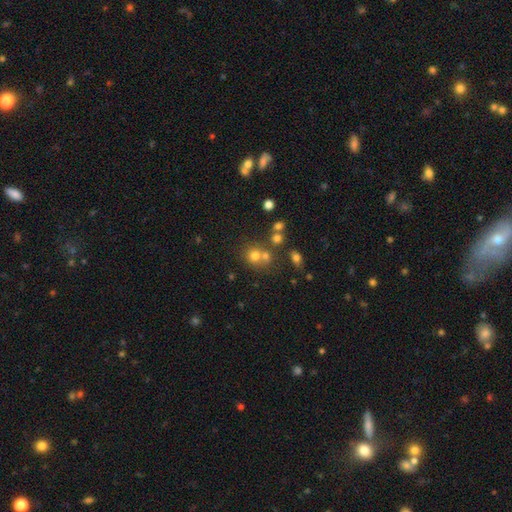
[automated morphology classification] A smooth galaxy with no disk features (66%) that is round (82%).

Vote fractions:
- Smooth or featured? smooth: 66% / star or artifact: 20% / featured or disk: 14%
- How rounded? round: 82% / in between: 17% / cigar-shaped: 1%
- Merging? none: 50% / merger: 37% / minor disturbance: 8% / major disturbance: 4%